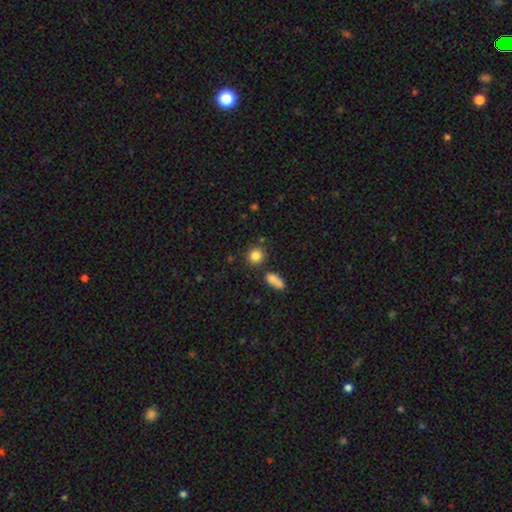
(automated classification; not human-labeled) This appears to be a smooth galaxy with no disk features (84%) that is round (86%). Merging: none (78%).